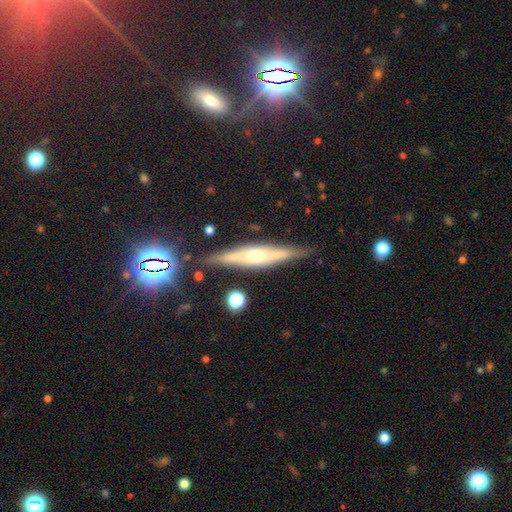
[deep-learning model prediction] Smooth or featured? featured or disk (65%)
Edge-on disk? yes (93%)
Edge-on bulge? rounded (72%)
Merging? none (84%)